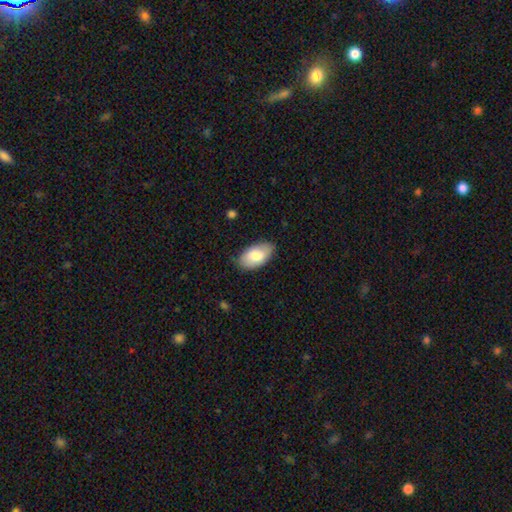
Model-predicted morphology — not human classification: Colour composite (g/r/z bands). It shows a smooth galaxy with no disk features (80%) that is in between round and cigar-shaped (95%). Merging: none (79%).